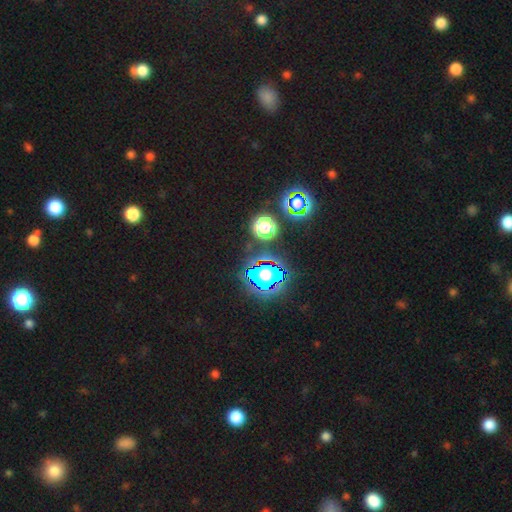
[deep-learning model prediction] Smooth or featured? star or artifact (79%)